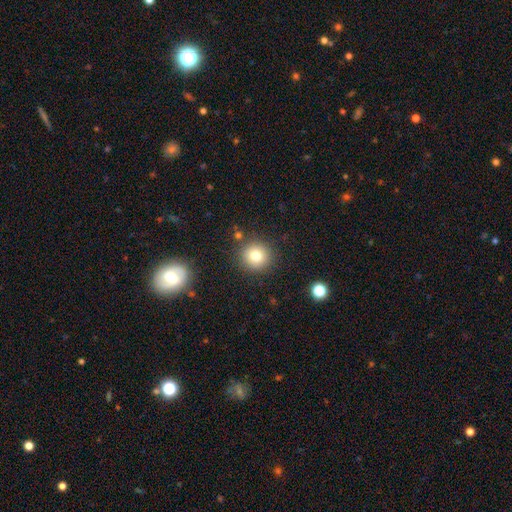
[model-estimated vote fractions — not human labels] Smooth or featured?
  - smooth: 77% *
  - star or artifact: 13%
  - featured or disk: 10%
How rounded?
  - round: 93% *
  - in between: 6%
  - cigar-shaped: 1%
Merging?
  - none: 87% *
  - minor disturbance: 7%
  - merger: 3%
  - major disturbance: 3%